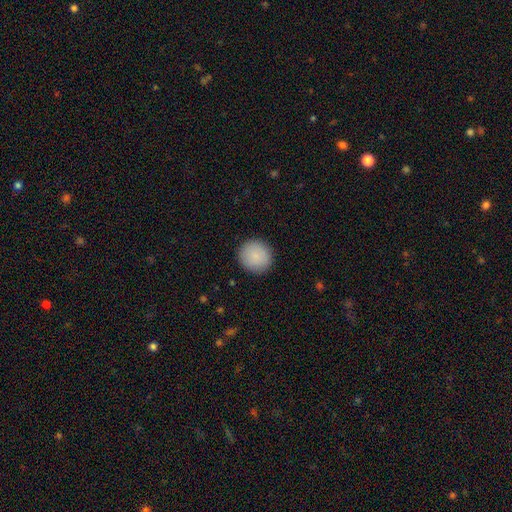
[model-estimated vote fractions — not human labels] Smooth or featured?
  - smooth: 88% *
  - star or artifact: 7%
  - featured or disk: 5%
How rounded?
  - round: 93% *
  - in between: 6%
  - cigar-shaped: 1%
Merging?
  - none: 91% *
  - minor disturbance: 6%
  - major disturbance: 2%
  - merger: 1%